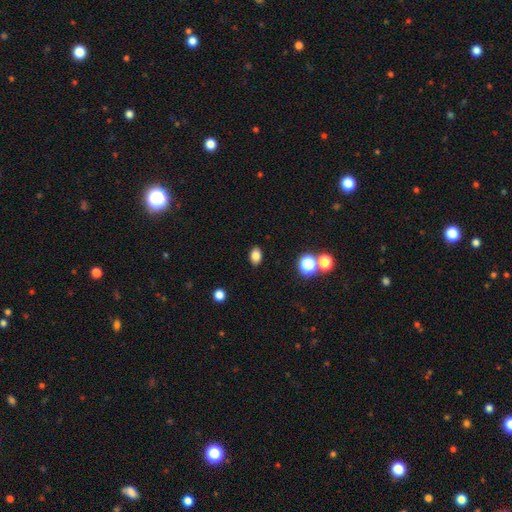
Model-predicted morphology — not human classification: Overall: smooth (82%). How rounded: in between (81%). Merging: none (89%).